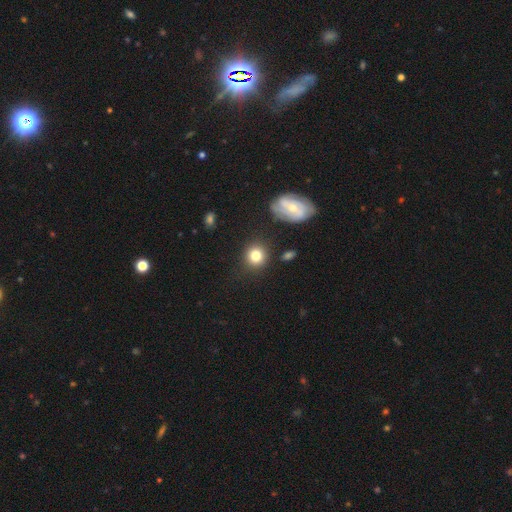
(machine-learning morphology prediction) Smooth or featured: smooth — 79% (featured or disk — 11%)
How rounded: round — 85% (in between — 14%)
Merging: none — 82% (minor disturbance — 10%)